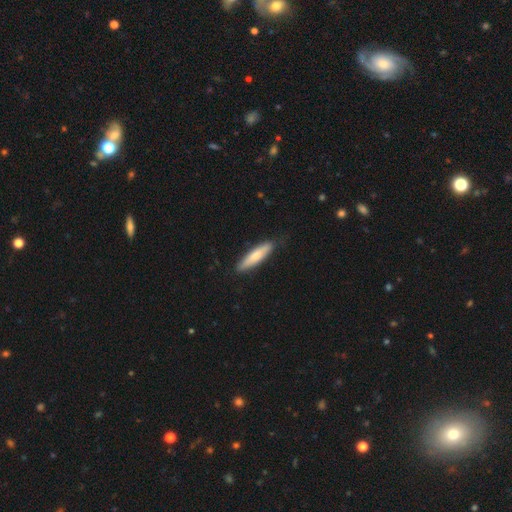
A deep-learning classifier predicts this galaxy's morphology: The model was most divided on "smooth or featured": smooth: 75%, featured or disk: 20%, star or artifact: 5%. More confident: merging — none (85%); how rounded — cigar-shaped (78%).